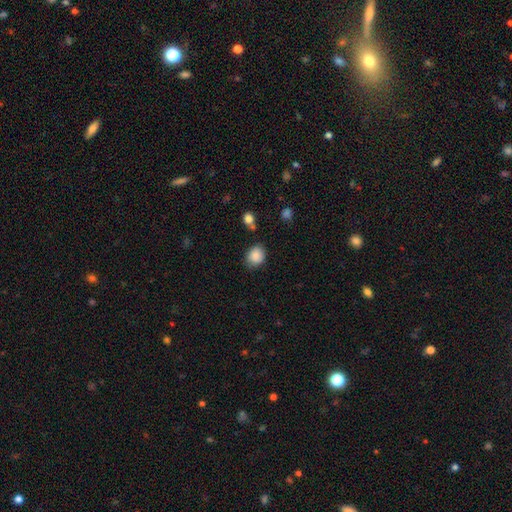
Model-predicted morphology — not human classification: This is clearly a smooth galaxy (87%). How rounded: likely round (65%). Merging: likely none (76%).